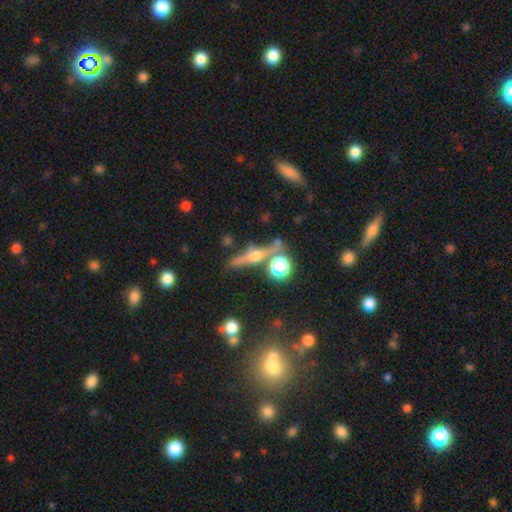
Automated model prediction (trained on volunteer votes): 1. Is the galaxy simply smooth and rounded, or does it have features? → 68% featured or disk, 20% smooth, 12% star or artifact.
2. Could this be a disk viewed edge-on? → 93% yes, 7% no.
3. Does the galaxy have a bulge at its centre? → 93% rounded, 4% boxy, 3% none.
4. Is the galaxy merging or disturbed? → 74% none, 11% minor disturbance, 10% merger, 4% major disturbance.